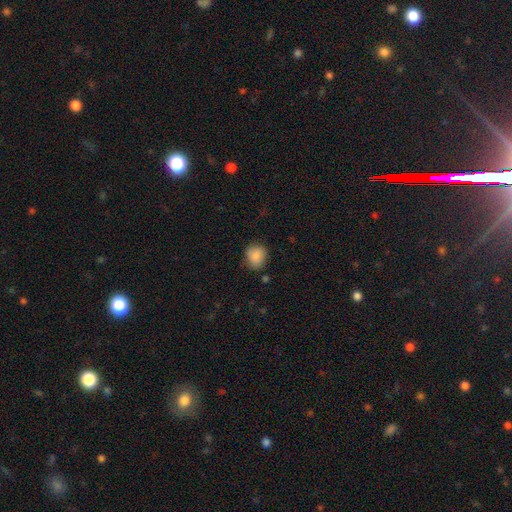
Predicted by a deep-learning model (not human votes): Smooth or featured?
  - smooth: 86% *
  - star or artifact: 8%
  - featured or disk: 6%
How rounded?
  - round: 70% *
  - in between: 29%
  - cigar-shaped: 1%
Merging?
  - none: 73% *
  - minor disturbance: 20%
  - major disturbance: 4%
  - merger: 2%